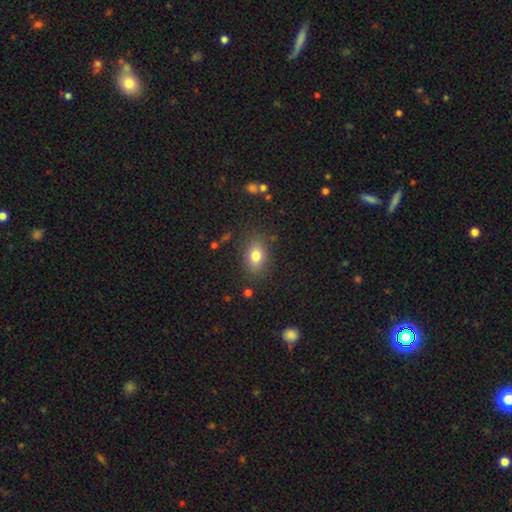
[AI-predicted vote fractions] A smooth galaxy with no disk features (78%) that is in between round and cigar-shaped (79%).

Vote fractions:
- Smooth or featured? smooth: 78% / featured or disk: 11% / star or artifact: 10%
- How rounded? in between: 79% / round: 18% / cigar-shaped: 2%
- Merging? none: 83% / minor disturbance: 11% / major disturbance: 4% / merger: 2%